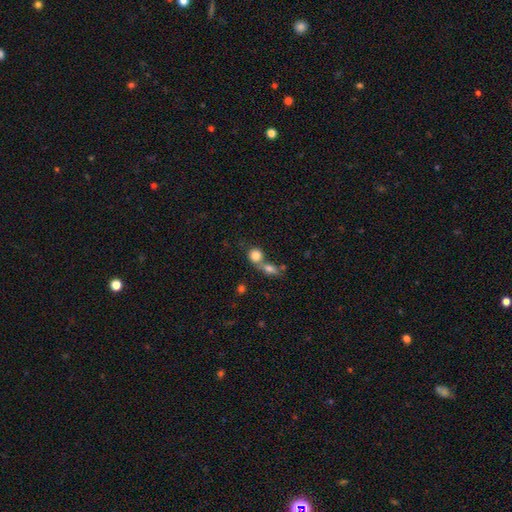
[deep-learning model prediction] A smooth galaxy with no disk features (81%) that is round (77%).

Vote fractions:
- Smooth or featured? smooth: 81% / star or artifact: 10% / featured or disk: 9%
- How rounded? round: 77% / in between: 21% / cigar-shaped: 2%
- Merging? merger: 51% / none: 37% / minor disturbance: 8% / major disturbance: 4%